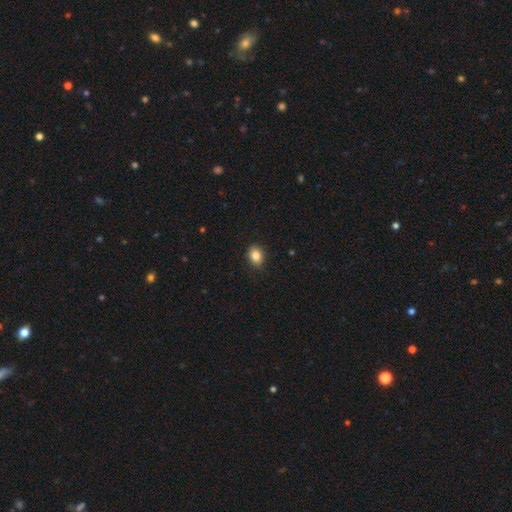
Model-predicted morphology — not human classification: Smooth or featured? Predicted: smooth (p=0.85). How rounded? Predicted: in between (p=0.64). Merging? Predicted: none (p=0.88).